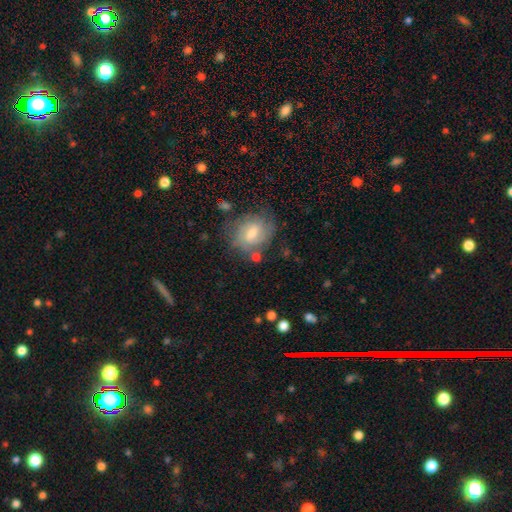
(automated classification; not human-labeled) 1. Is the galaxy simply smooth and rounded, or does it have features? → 51% featured or disk, 39% smooth, 11% star or artifact.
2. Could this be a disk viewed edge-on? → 95% no, 5% yes.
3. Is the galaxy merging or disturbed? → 66% none, 21% minor disturbance, 8% major disturbance, 5% merger.